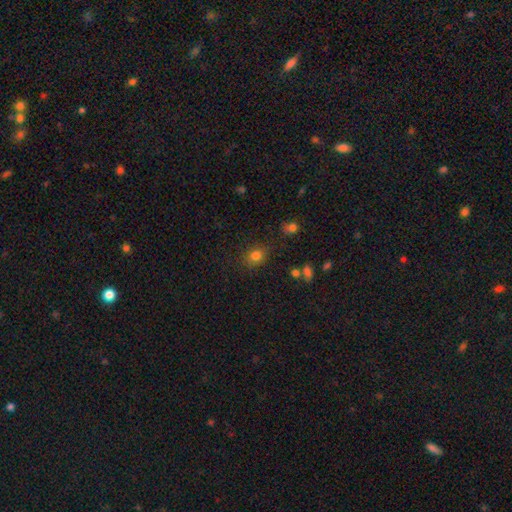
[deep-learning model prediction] This is clearly a smooth galaxy (80%). How rounded: likely round (62%). Merging: clearly none (80%).